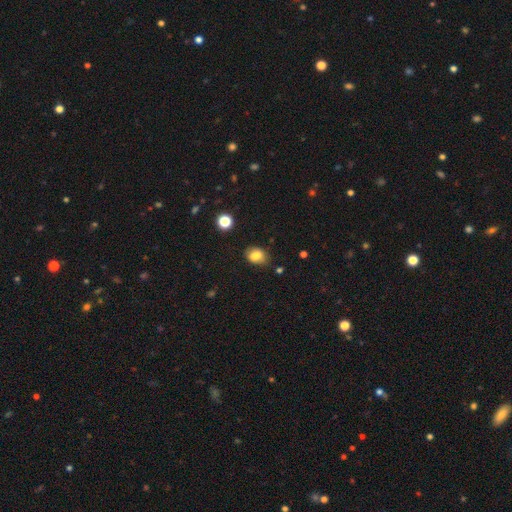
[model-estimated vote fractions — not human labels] smooth 78%, star or artifact 11%, featured or disk 11%. Down the decision tree: how rounded — in between (66%); merging — none (65%).